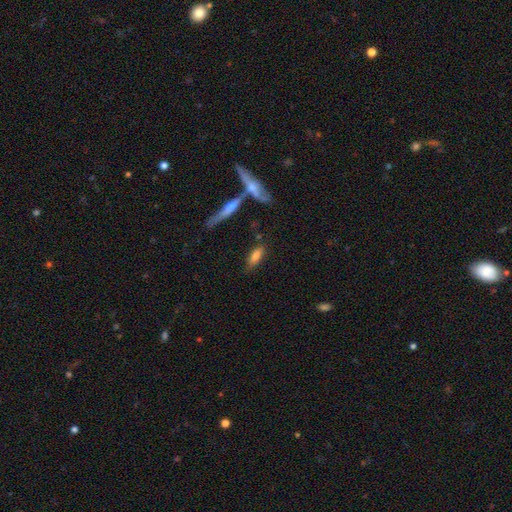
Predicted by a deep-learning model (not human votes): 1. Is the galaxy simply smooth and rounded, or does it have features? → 76% smooth, 17% featured or disk, 7% star or artifact.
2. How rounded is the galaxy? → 72% in between, 25% cigar-shaped, 3% round.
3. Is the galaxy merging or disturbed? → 72% none, 17% minor disturbance, 6% merger, 5% major disturbance.